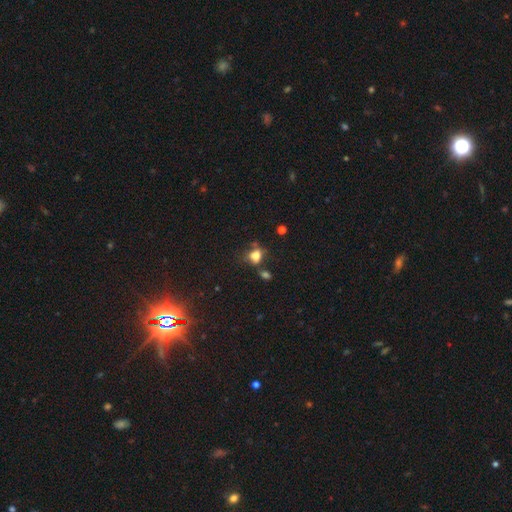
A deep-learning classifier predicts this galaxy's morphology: A smooth galaxy with no disk features (74%) that is in between round and cigar-shaped (63%). Merging: none (46%).